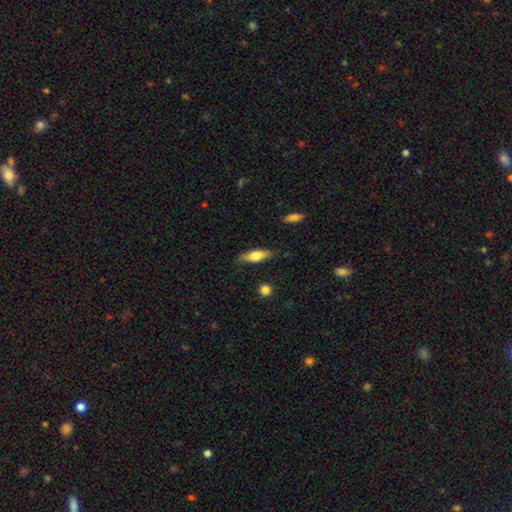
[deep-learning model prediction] This is likely a smooth galaxy (66%). How rounded: possibly in between (54%). Merging: clearly none (81%).